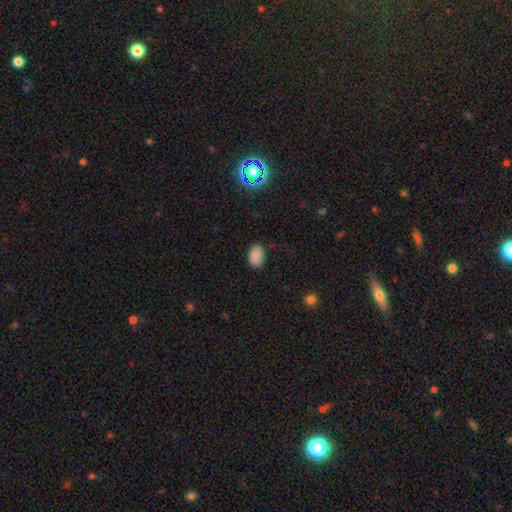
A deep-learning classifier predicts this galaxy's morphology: This is clearly a smooth galaxy (85%). How rounded: clearly in between (88%). Merging: likely none (78%).